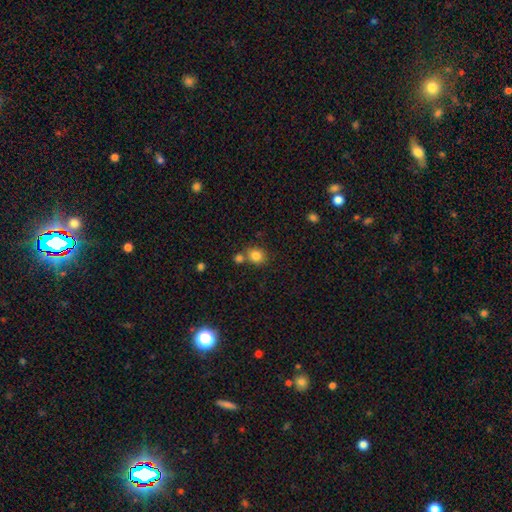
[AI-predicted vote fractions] Q: Smooth or featured?
A: smooth (83%); runner-up: star or artifact (11%)
Q: How rounded?
A: round (73%); runner-up: in between (26%)
Q: Merging?
A: none (63%); runner-up: merger (24%)